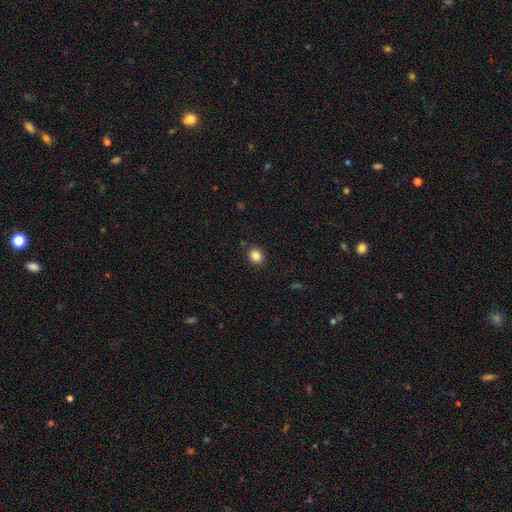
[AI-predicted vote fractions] A smooth galaxy with no disk features (85%) that is round (57%).

Vote fractions:
- Smooth or featured? smooth: 85% / star or artifact: 10% / featured or disk: 5%
- How rounded? round: 57% / in between: 42% / cigar-shaped: 1%
- Merging? none: 88% / minor disturbance: 8% / major disturbance: 2% / merger: 2%